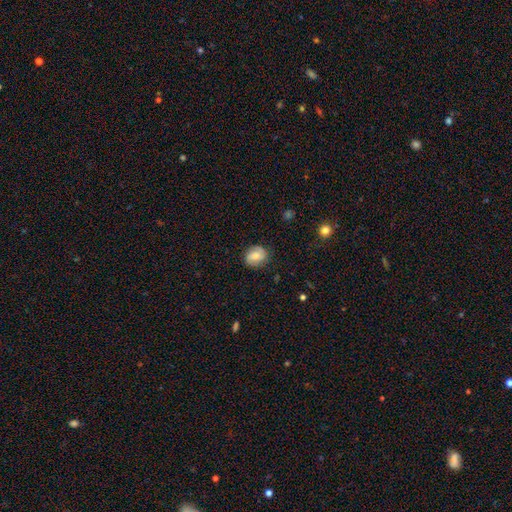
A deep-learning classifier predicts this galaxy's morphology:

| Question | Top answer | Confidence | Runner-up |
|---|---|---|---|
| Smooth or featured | smooth | 62% | featured or disk (29%) |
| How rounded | round | 60% | in between (39%) |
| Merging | none | 79% | minor disturbance (15%) |